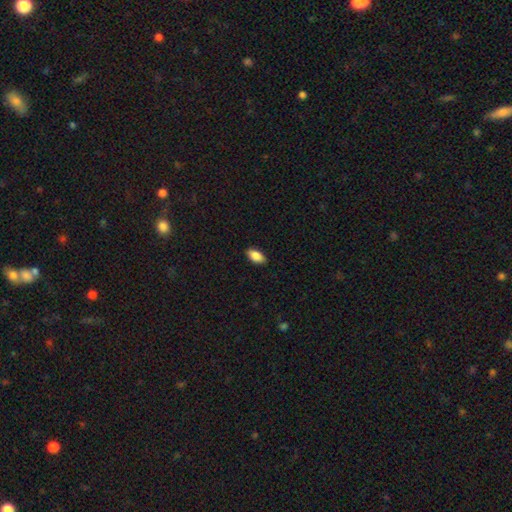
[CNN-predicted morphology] Smooth or featured? smooth (87%)
How rounded? in between (93%)
Merging? none (89%)